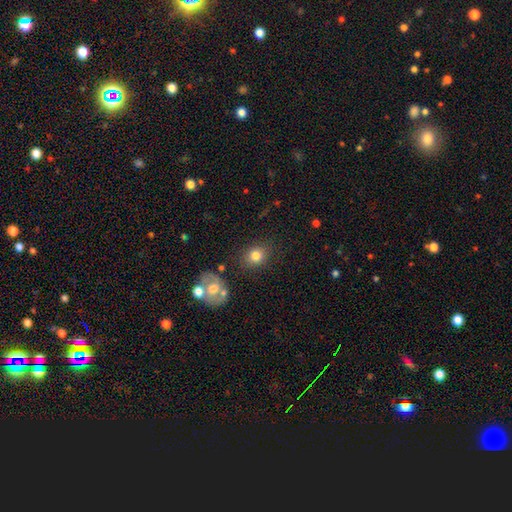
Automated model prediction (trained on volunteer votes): Smooth or featured? Predicted: smooth (p=0.79). How rounded? Predicted: round (p=0.64). Merging? Predicted: none (p=0.81).